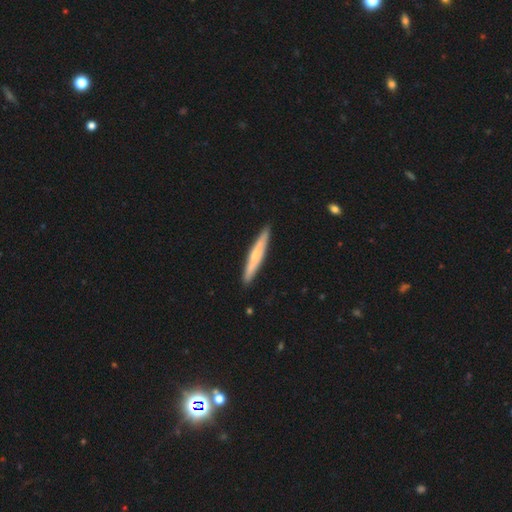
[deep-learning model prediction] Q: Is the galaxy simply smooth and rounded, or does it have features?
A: smooth — 52%.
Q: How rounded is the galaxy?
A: cigar-shaped — 95%.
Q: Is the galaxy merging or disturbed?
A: none — 91%.